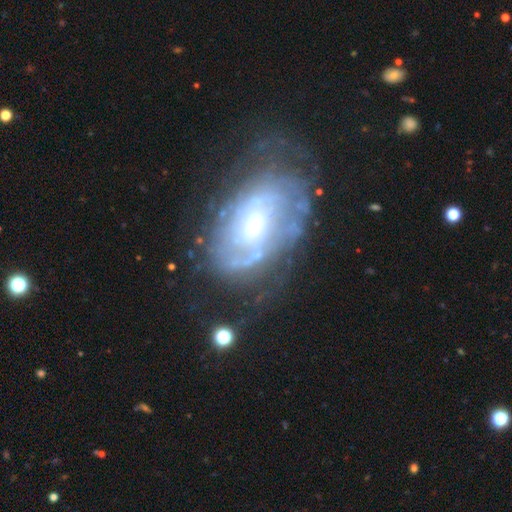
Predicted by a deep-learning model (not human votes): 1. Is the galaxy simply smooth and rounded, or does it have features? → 75% featured or disk, 17% smooth, 8% star or artifact.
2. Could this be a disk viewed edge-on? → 95% no, 5% yes.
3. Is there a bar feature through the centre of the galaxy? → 54% no, 37% weak, 9% strong.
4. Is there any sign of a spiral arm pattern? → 76% yes, 24% no.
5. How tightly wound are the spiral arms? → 49% tight, 33% medium, 18% loose.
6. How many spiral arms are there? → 50% can't tell, 27% 2, 8% 3, 6% 1, 5% 4, 4% more than 4.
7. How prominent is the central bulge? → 50% small, 41% moderate, 4% large, 3% none, 1% dominant.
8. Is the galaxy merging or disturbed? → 56% none, 22% minor disturbance, 17% major disturbance, 4% merger.